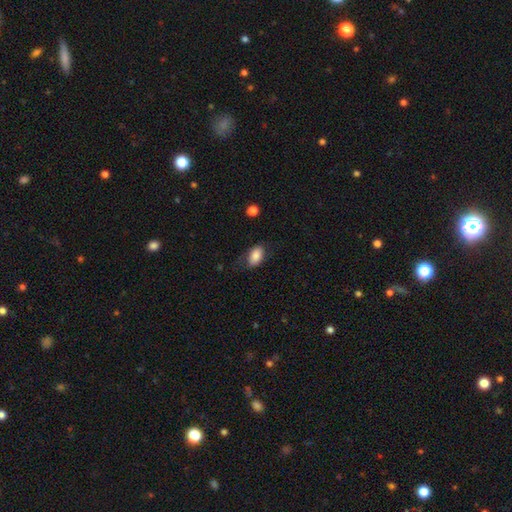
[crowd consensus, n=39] Volunteers were most divided on "merging": none: 68%, minor disturbance: 19%, major disturbance: 14%, merger: 0%. More confident: how rounded — in between (94%); smooth or featured — smooth (82%).